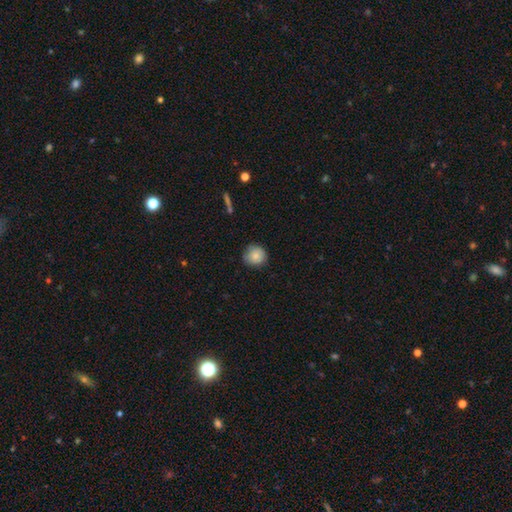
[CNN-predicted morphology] Smooth or featured: smooth — 84% (featured or disk — 8%)
How rounded: round — 91% (in between — 9%)
Merging: none — 78% (minor disturbance — 18%)